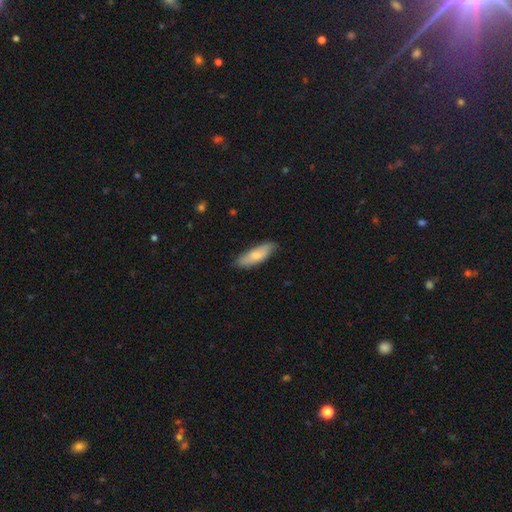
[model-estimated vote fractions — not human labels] The model was most divided on "how rounded": in between: 54%, cigar-shaped: 44%, round: 2%. More confident: merging — none (79%); smooth or featured — smooth (73%).